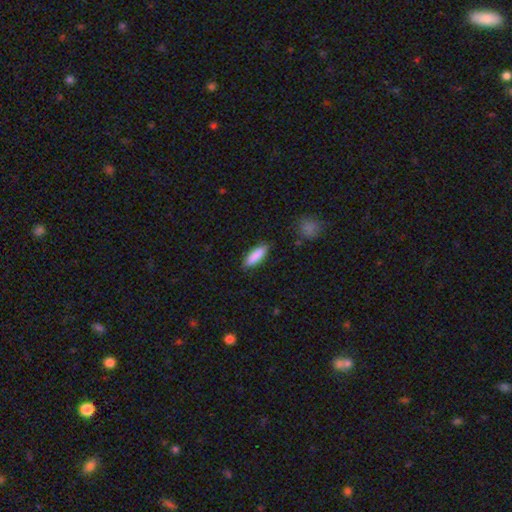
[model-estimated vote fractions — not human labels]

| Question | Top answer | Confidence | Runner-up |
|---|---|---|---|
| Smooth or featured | smooth | 88% | featured or disk (6%) |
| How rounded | in between | 53% | cigar-shaped (46%) |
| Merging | none | 86% | minor disturbance (10%) |